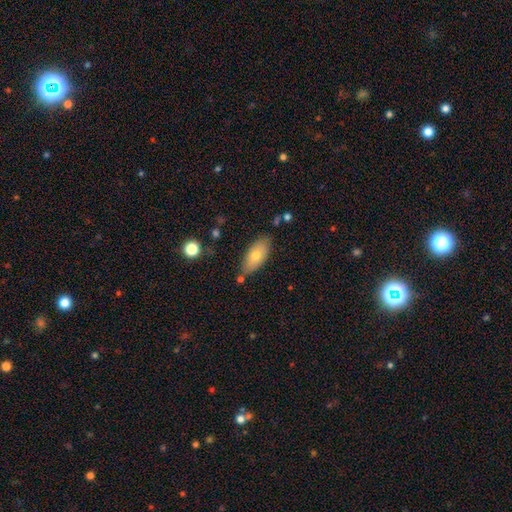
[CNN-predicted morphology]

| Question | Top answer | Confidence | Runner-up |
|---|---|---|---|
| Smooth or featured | smooth | 71% | featured or disk (22%) |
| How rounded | in between | 86% | cigar-shaped (11%) |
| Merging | none | 75% | minor disturbance (16%) |